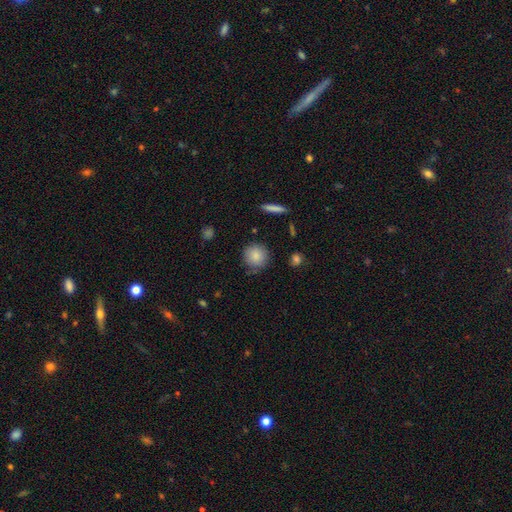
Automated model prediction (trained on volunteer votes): smooth_or_featured: smooth (p=0.86) [alt: star or artifact p=0.08]
how_rounded: round (p=0.93) [alt: in between p=0.06]
merging: none (p=0.83) [alt: minor disturbance p=0.12]